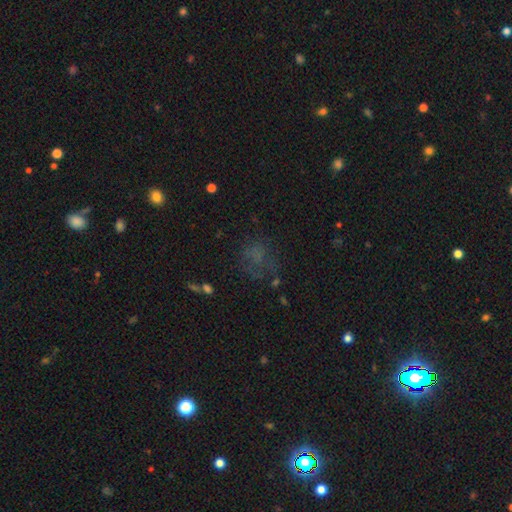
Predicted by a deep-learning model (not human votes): Overall: smooth (44%; star or artifact 32%). Merging: none (53%; major disturbance 25%).